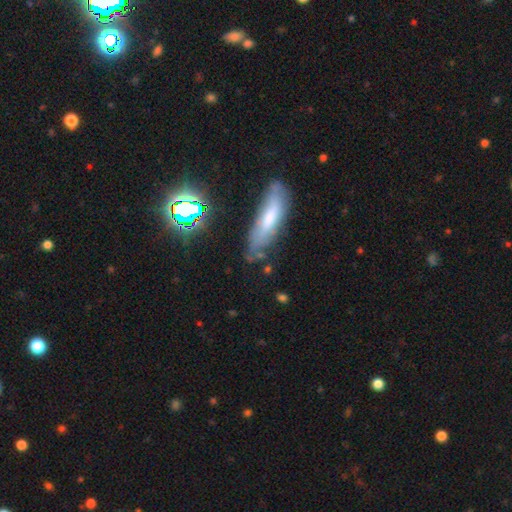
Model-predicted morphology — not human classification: Smooth or featured?
  - featured or disk: 42% *
  - smooth: 37%
  - star or artifact: 21%
Merging?
  - none: 70% *
  - minor disturbance: 19%
  - major disturbance: 7%
  - merger: 4%